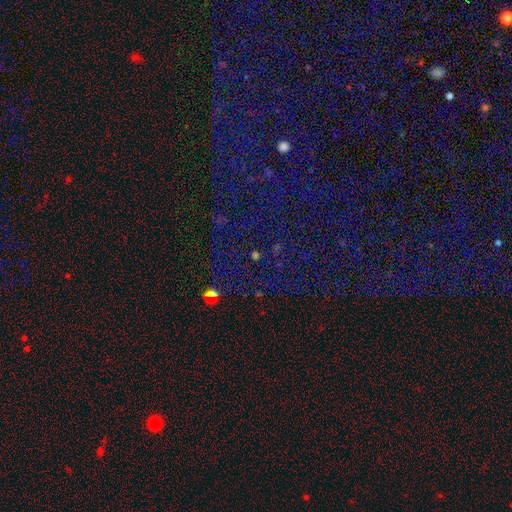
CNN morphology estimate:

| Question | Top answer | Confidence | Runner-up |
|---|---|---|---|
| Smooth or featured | star or artifact | 73% | smooth (18%) |